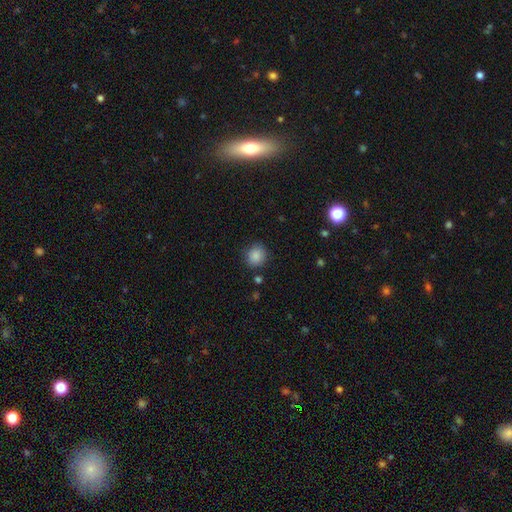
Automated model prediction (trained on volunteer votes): Smooth or featured?
  - smooth: 87% *
  - star or artifact: 9%
  - featured or disk: 4%
How rounded?
  - round: 85% *
  - in between: 14%
  - cigar-shaped: 1%
Merging?
  - none: 83% *
  - minor disturbance: 12%
  - major disturbance: 3%
  - merger: 2%